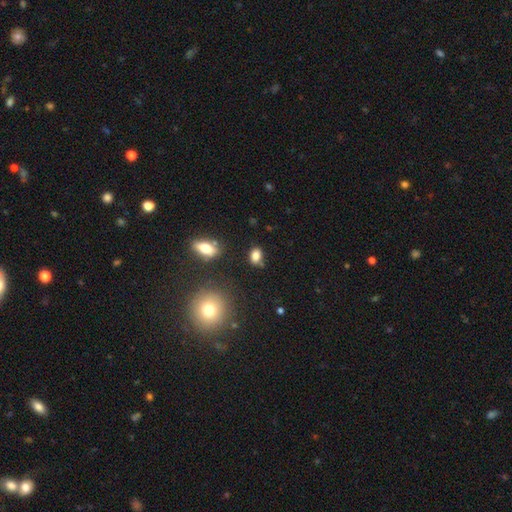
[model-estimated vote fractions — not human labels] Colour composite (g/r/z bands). It shows a smooth galaxy with no disk features (81%) that is in between round and cigar-shaped (73%). Merging: none (71%).